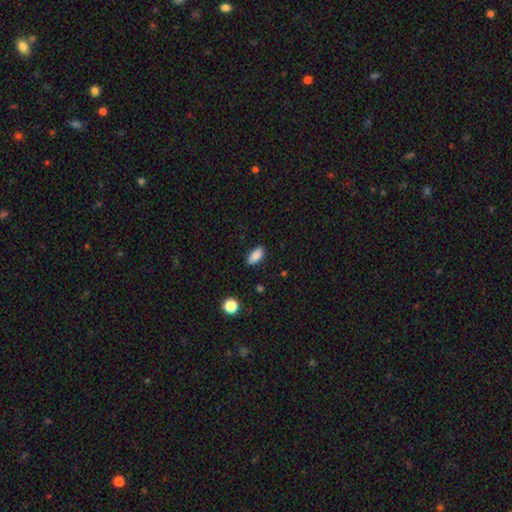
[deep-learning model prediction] Overall: smooth (87%). How rounded: in between (89%). Merging: none (87%).